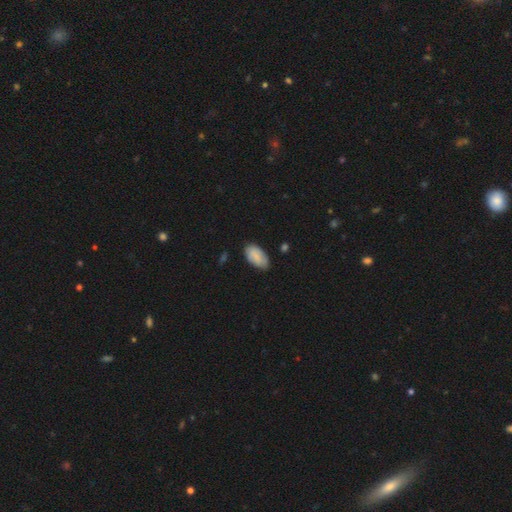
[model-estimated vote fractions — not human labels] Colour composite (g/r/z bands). It shows a smooth galaxy with no disk features (82%) that is in between round and cigar-shaped (95%). Merging: none (76%).